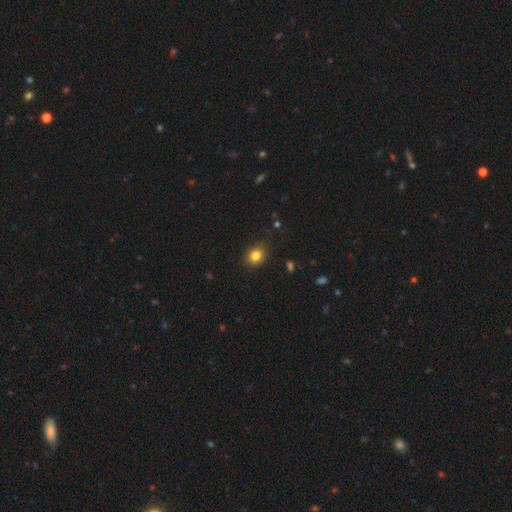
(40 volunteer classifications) Q: Smooth or featured?
A: smooth (88%); runner-up: featured or disk (8%)
Q: How rounded?
A: round (57%); runner-up: in between (40%)
Q: Merging?
A: none (76%); runner-up: minor disturbance (24%)